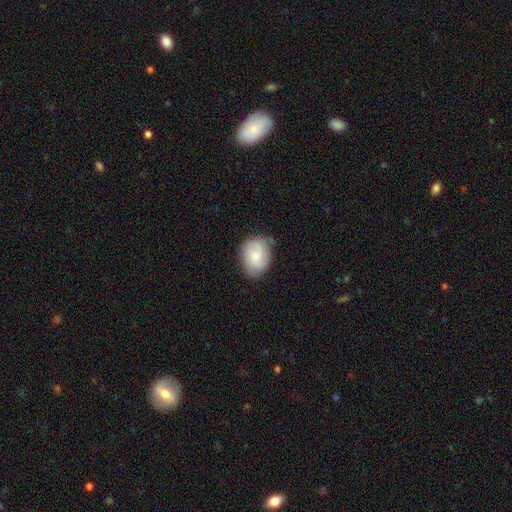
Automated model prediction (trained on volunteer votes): Overall: smooth (55%; featured or disk 38%). How rounded: in between (54%; round 45%). Merging: none (70%).